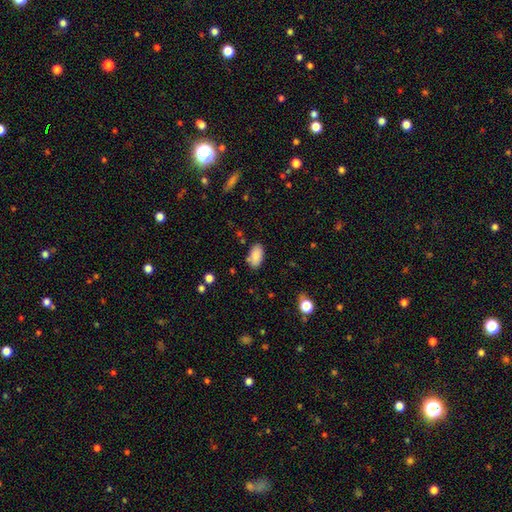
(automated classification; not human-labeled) Smooth or featured? Predicted: smooth (p=0.87). How rounded? Predicted: in between (p=0.94). Merging? Predicted: none (p=0.80).